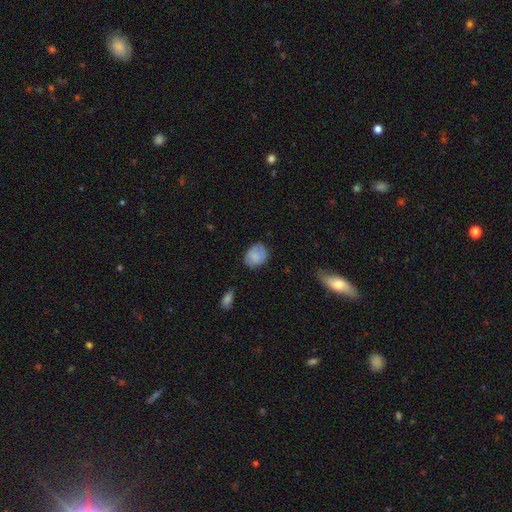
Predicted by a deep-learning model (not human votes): smooth-or-featured: smooth: 77% | featured or disk: 15% | star or artifact: 8%
  how-rounded: in between: 52% | round: 47% | cigar-shaped: 1%
  merging: none: 73% | minor disturbance: 21% | major disturbance: 5% | merger: 2%